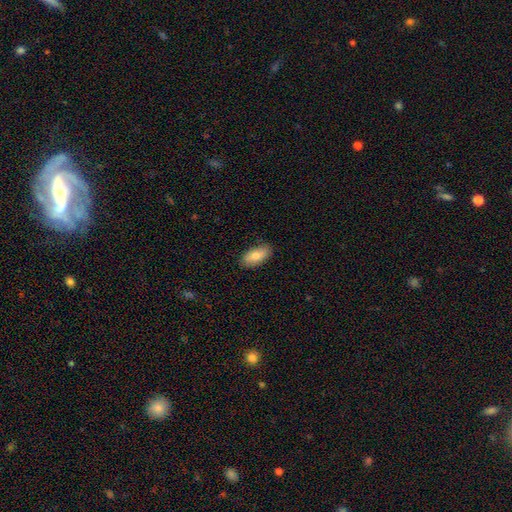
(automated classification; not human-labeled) This appears to be a smooth galaxy with no disk features (78%) that is in between round and cigar-shaped (90%). Merging: none (85%).